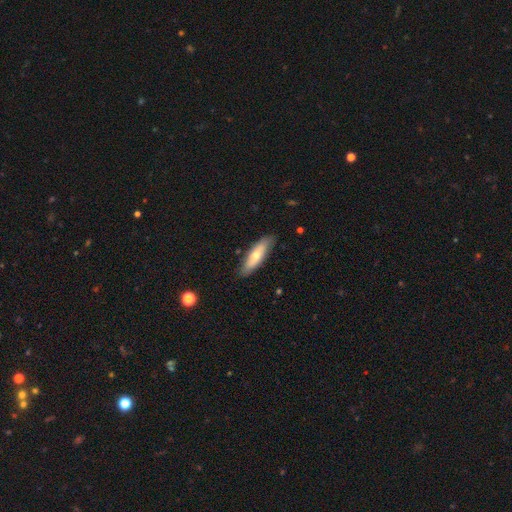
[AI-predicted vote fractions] Smooth or featured?
  - smooth: 63% *
  - featured or disk: 31%
  - star or artifact: 6%
How rounded?
  - cigar-shaped: 54% *
  - in between: 44%
  - round: 2%
Merging?
  - none: 82% *
  - minor disturbance: 14%
  - major disturbance: 2%
  - merger: 1%